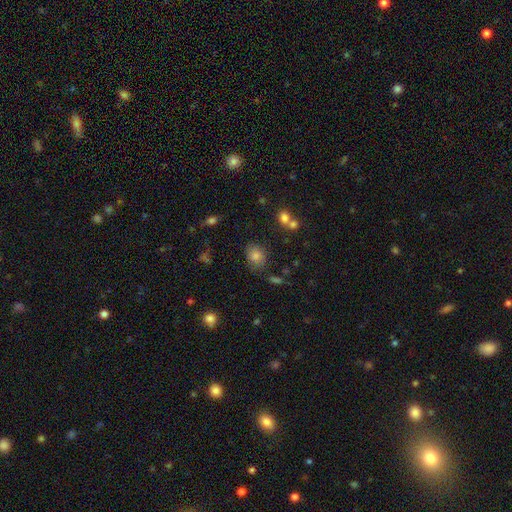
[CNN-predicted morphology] smooth-or-featured: smooth: 79% | star or artifact: 11% | featured or disk: 10%
  how-rounded: in between: 58% | round: 41% | cigar-shaped: 1%
  merging: none: 73% | minor disturbance: 18% | major disturbance: 5% | merger: 5%